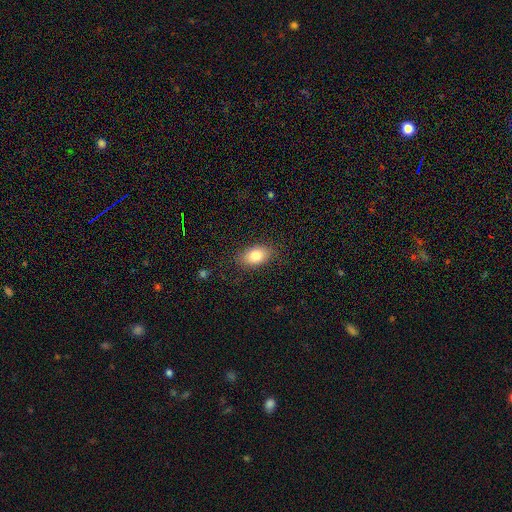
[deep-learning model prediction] This appears to be a smooth galaxy with no disk features (81%) that is in between round and cigar-shaped (88%). Merging: none (85%).